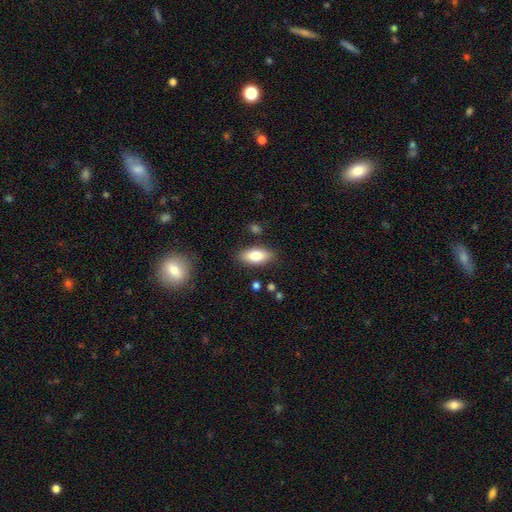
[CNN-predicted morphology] This is clearly a smooth galaxy (81%). How rounded: clearly in between (85%). Merging: clearly none (83%).